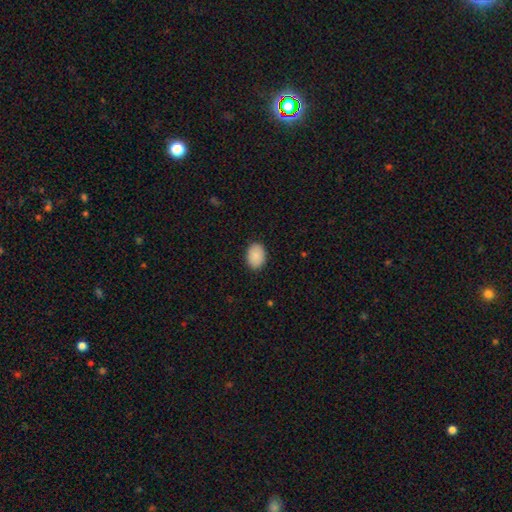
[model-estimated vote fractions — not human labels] Morphology: type=smooth (90%); roundness=in between (76%); merging=none (89%).